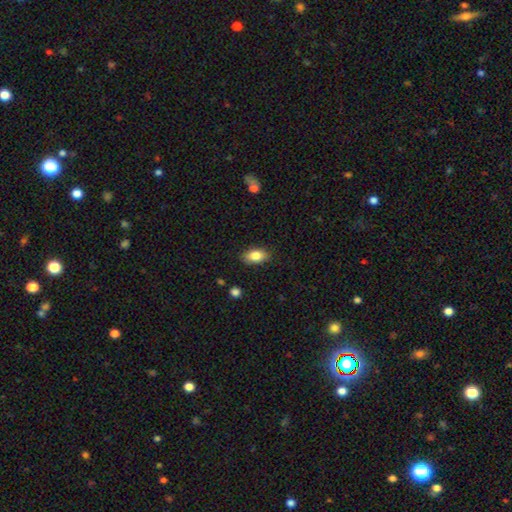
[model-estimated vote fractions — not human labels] A smooth galaxy with no disk features (84%) that is in between round and cigar-shaped (90%). Merging: none (86%).